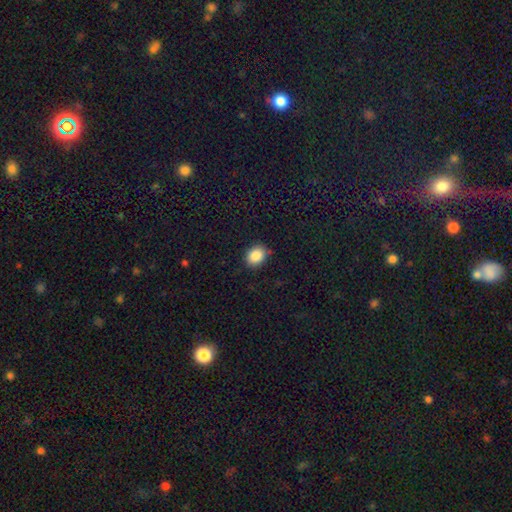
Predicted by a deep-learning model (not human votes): smooth_or_featured: smooth (p=0.86) [alt: star or artifact p=0.09]
how_rounded: in between (p=0.50) [alt: round p=0.49]
merging: none (p=0.85) [alt: minor disturbance p=0.11]